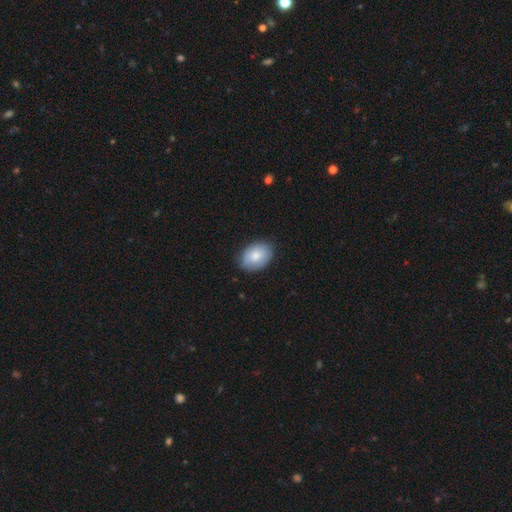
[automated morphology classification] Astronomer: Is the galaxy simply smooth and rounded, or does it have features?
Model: smooth — 81%.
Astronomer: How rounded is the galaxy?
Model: in between — 82%.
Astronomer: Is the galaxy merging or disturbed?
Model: none — 83%.